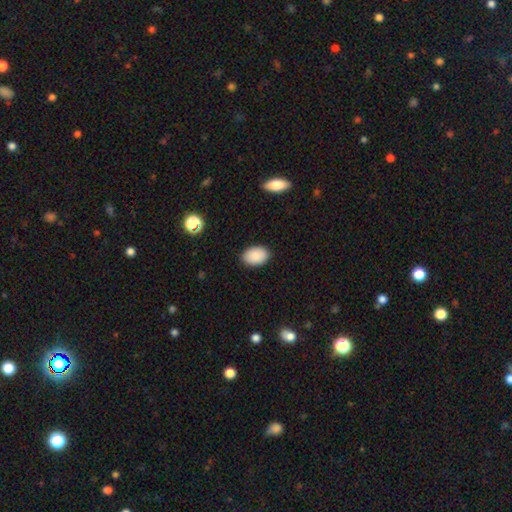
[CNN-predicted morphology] Smooth or featured? Predicted: smooth (p=0.90). How rounded? Predicted: in between (p=0.87). Merging? Predicted: none (p=0.89).